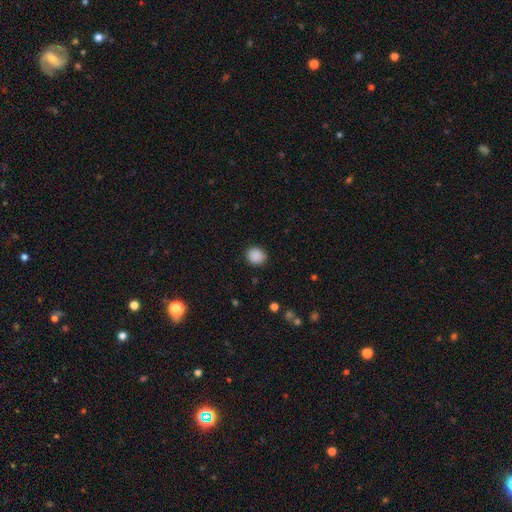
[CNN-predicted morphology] Smooth or featured? smooth (88%)
How rounded? round (85%)
Merging? none (89%)